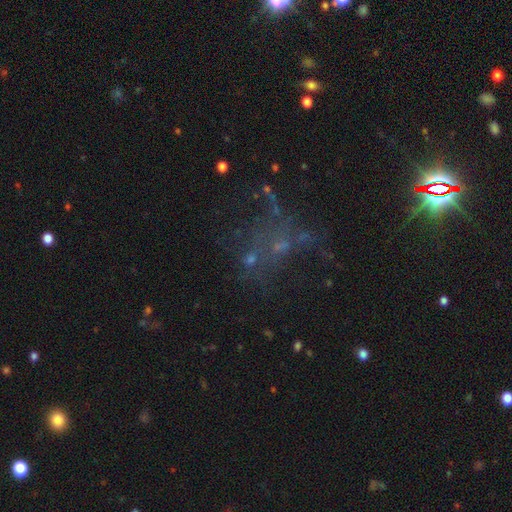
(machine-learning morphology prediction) This is marginally a star or artifact rather than a galaxy (44%).